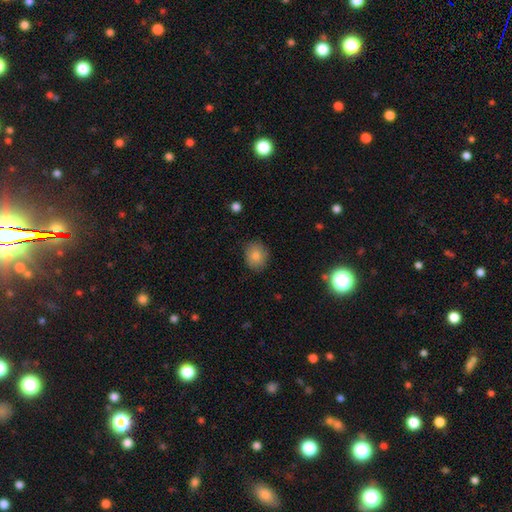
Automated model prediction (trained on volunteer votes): smooth-or-featured: smooth: 82% | star or artifact: 9% | featured or disk: 9%
  how-rounded: round: 65% | in between: 34% | cigar-shaped: 1%
  merging: none: 84% | minor disturbance: 12% | major disturbance: 3% | merger: 1%